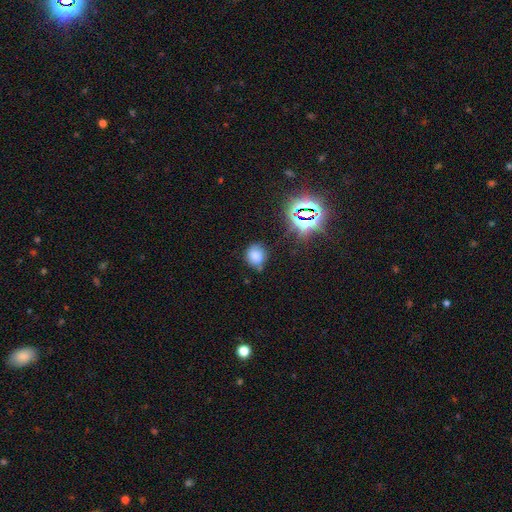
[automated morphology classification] Smooth or featured? Predicted: smooth (p=0.71). How rounded? Predicted: round (p=0.73). Merging? Predicted: none (p=0.68).